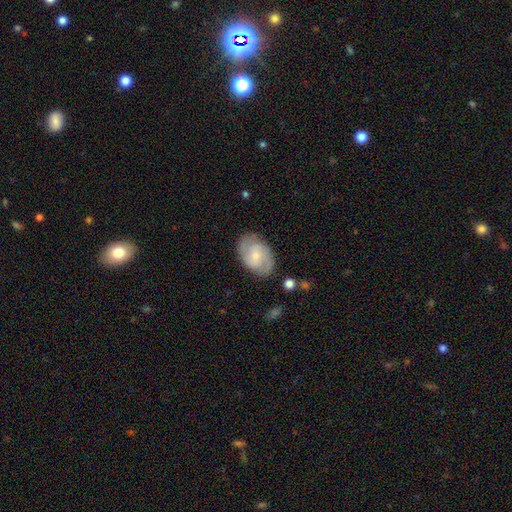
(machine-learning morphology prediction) Smooth or featured? featured or disk (70%)
Edge-on disk? no (97%)
Bar? no (51%)
Spiral arms? yes (91%)
Spiral winding? medium (48%)
Spiral arm count? 2 (77%)
Bulge size? small (64%)
Merging? none (79%)